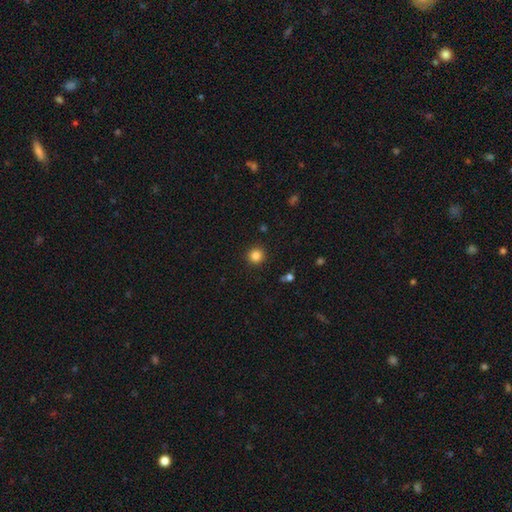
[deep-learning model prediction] Smooth or featured: smooth — 84% (star or artifact — 12%)
How rounded: round — 94% (in between — 5%)
Merging: none — 91% (minor disturbance — 5%)